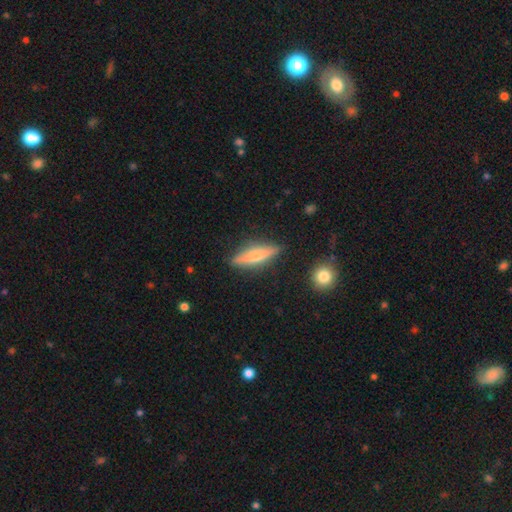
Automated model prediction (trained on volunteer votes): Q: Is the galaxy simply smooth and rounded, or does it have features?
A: featured or disk — 53%.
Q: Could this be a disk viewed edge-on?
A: yes — 93%.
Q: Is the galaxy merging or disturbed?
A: none — 84%.